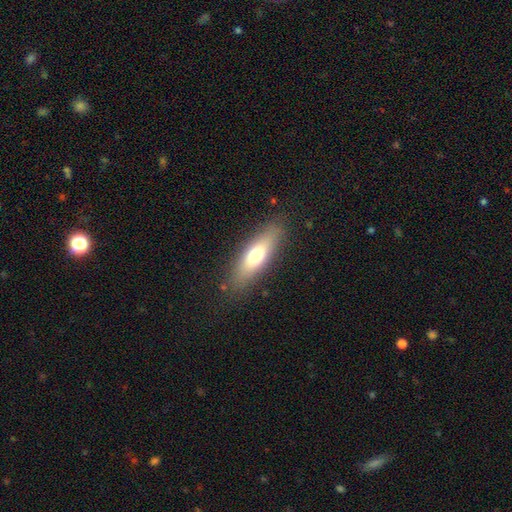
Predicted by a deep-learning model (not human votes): smooth 64%, featured or disk 29%, star or artifact 7%. Down the decision tree: how rounded — cigar-shaped (51%); merging — none (85%).